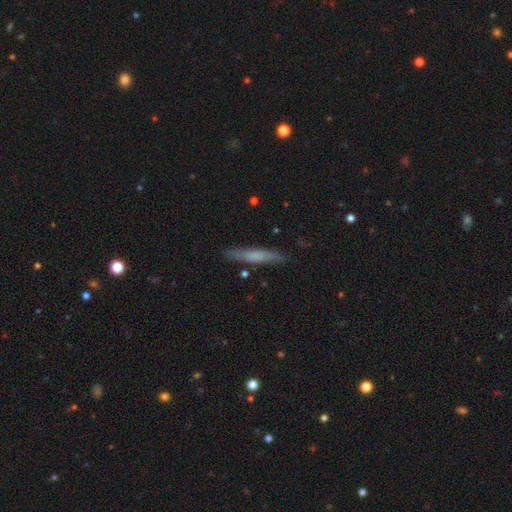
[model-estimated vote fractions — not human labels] A smooth galaxy with no disk features (58%) that is cigar-shaped (93%).

Vote fractions:
- Smooth or featured? smooth: 58% / featured or disk: 35% / star or artifact: 7%
- How rounded? cigar-shaped: 93% / in between: 6% / round: 1%
- Merging? none: 86% / minor disturbance: 11% / major disturbance: 2% / merger: 2%